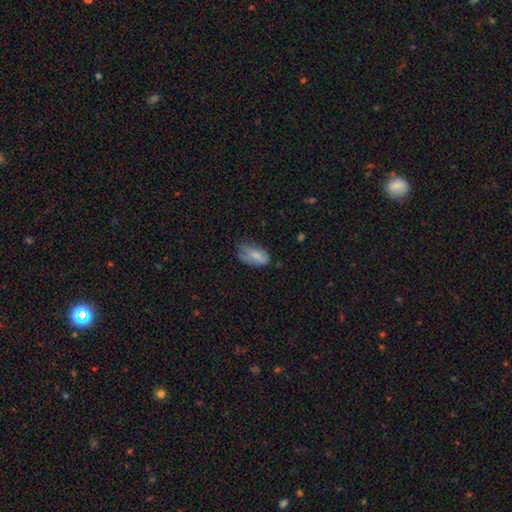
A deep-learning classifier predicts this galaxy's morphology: smooth-or-featured: smooth: 75% | featured or disk: 17% | star or artifact: 8%
  how-rounded: in between: 92% | round: 5% | cigar-shaped: 3%
  merging: none: 48% | minor disturbance: 37% | major disturbance: 13% | merger: 2%